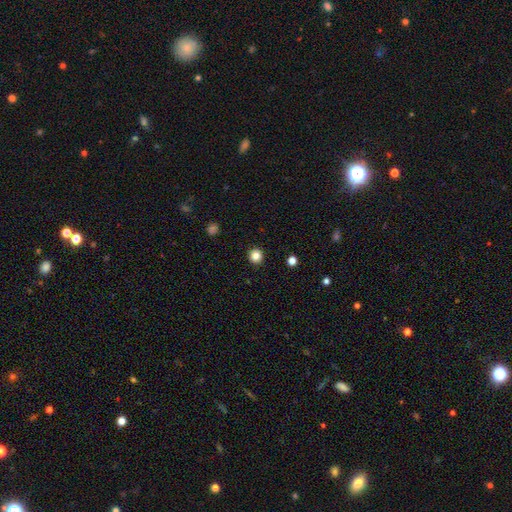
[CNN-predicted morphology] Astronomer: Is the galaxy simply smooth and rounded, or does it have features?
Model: smooth — 84%.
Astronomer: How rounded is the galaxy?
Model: round — 95%.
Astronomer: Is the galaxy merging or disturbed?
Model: none — 93%.